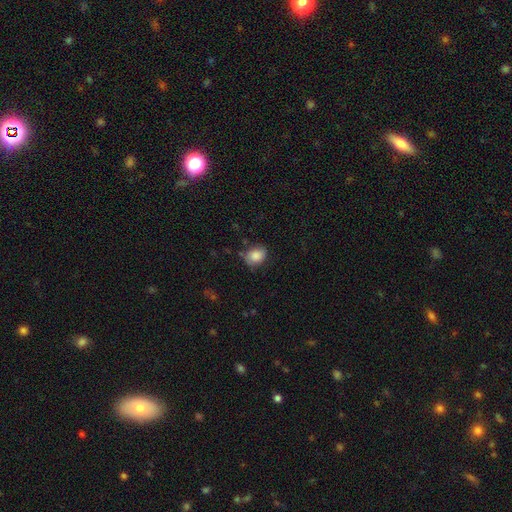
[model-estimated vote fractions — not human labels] The model was most divided on "how rounded": in between: 52%, round: 47%, cigar-shaped: 1%. More confident: smooth or featured — smooth (86%); merging — none (68%).